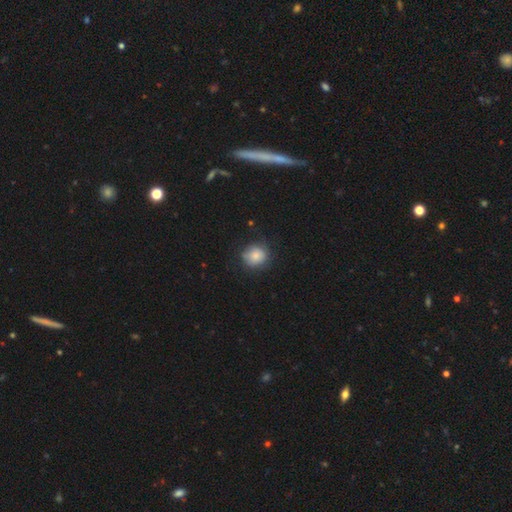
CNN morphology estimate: smooth 80%, featured or disk 12%, star or artifact 8%. Down the decision tree: how rounded — round (85%); merging — none (75%).